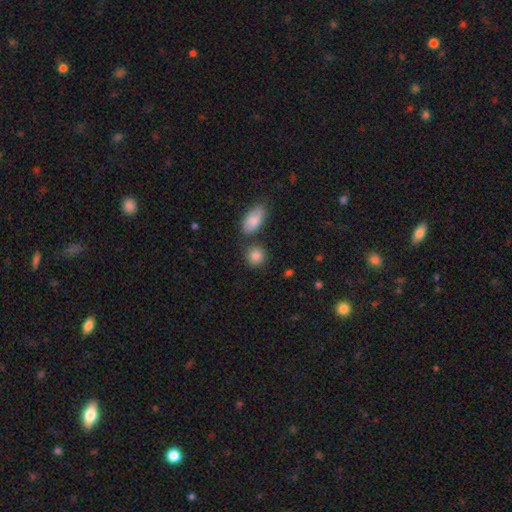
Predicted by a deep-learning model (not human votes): Q: Smooth or featured?
A: smooth (86%); runner-up: star or artifact (8%)
Q: How rounded?
A: round (79%); runner-up: in between (20%)
Q: Merging?
A: none (77%); runner-up: minor disturbance (10%)